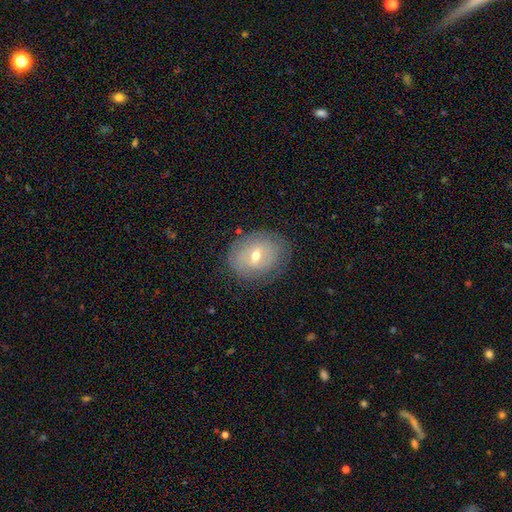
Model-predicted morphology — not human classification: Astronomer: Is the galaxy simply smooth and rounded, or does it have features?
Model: featured or disk — 49% (runner-up: smooth, 42%).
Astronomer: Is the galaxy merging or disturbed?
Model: none — 77%.